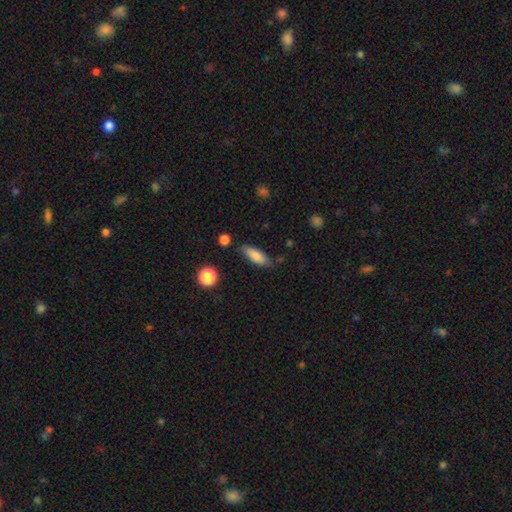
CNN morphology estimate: smooth_or_featured: smooth (p=0.81) [alt: featured or disk p=0.11]
how_rounded: in between (p=0.62) [alt: cigar-shaped p=0.35]
merging: none (p=0.76) [alt: minor disturbance p=0.16]